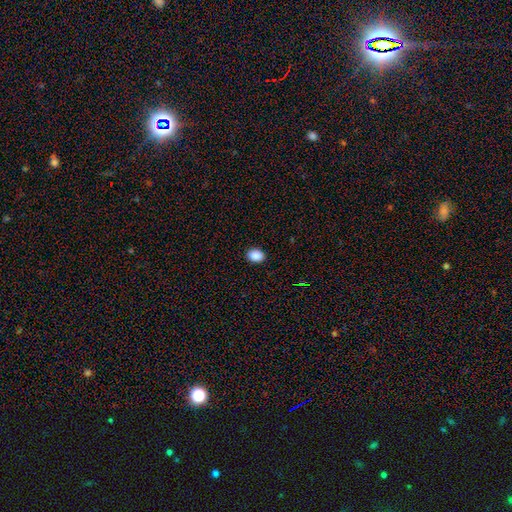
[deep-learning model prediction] Overall: smooth (89%). How rounded: in between (69%; round 30%). Merging: none (90%).